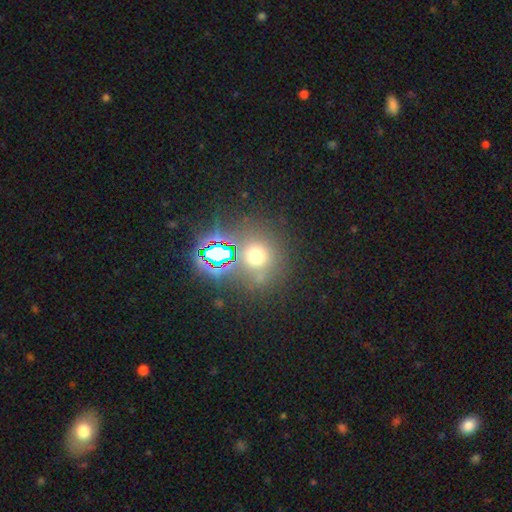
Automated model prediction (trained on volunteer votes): Smooth or featured? smooth (56%)
How rounded? round (85%)
Merging? none (73%)